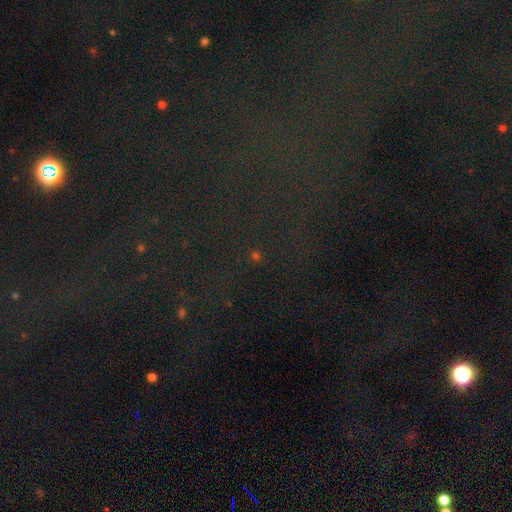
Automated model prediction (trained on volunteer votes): A star or artifact, not a galaxy (67%).

Vote fractions:
- Smooth or featured? star or artifact: 67% / smooth: 26% / featured or disk: 8%